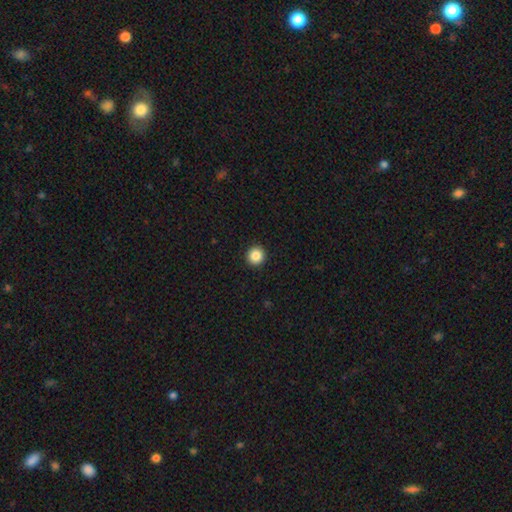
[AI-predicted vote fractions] smooth 87%, star or artifact 10%, featured or disk 3%. Down the decision tree: how rounded — round (95%); merging — none (94%).